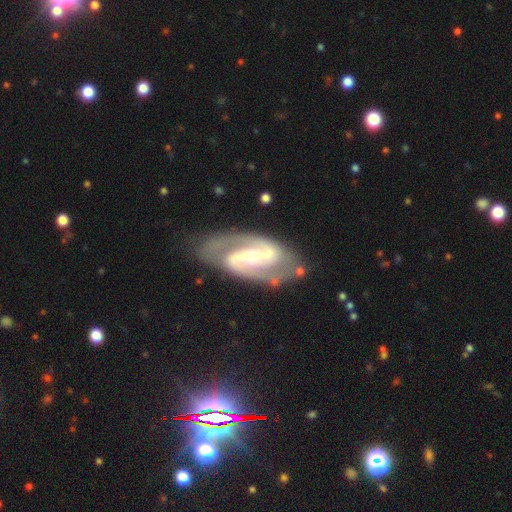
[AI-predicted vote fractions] A featured or disk galaxy (90%) with a strong bar (60%), 2 (90%) medium (54%) spiral arms (96%) and a small central bulge (50%). Merging: none (74%).